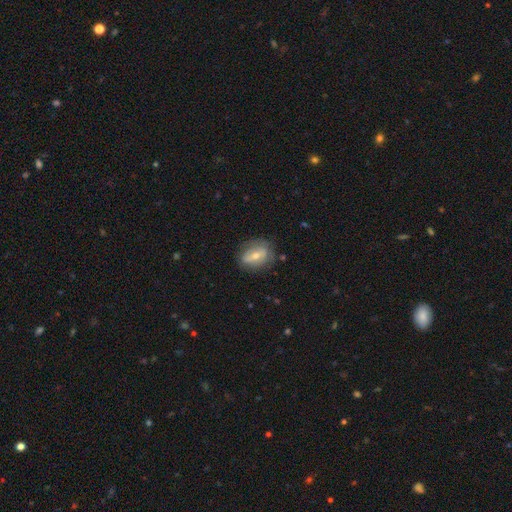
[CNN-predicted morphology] Smooth or featured? featured or disk (50%)
Merging? none (72%)